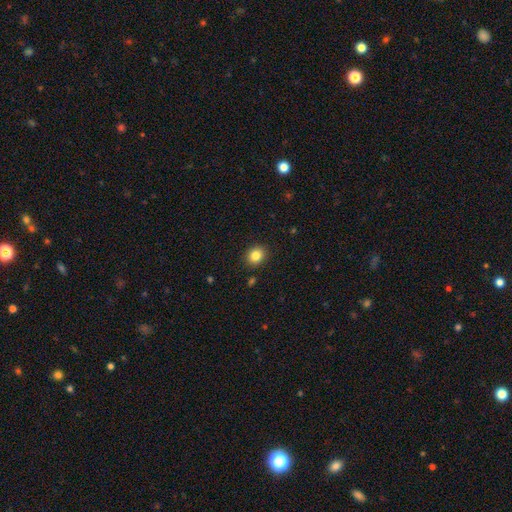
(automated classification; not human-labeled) Smooth or featured: smooth — 83% (star or artifact — 11%)
How rounded: round — 68% (in between — 31%)
Merging: none — 90% (minor disturbance — 7%)